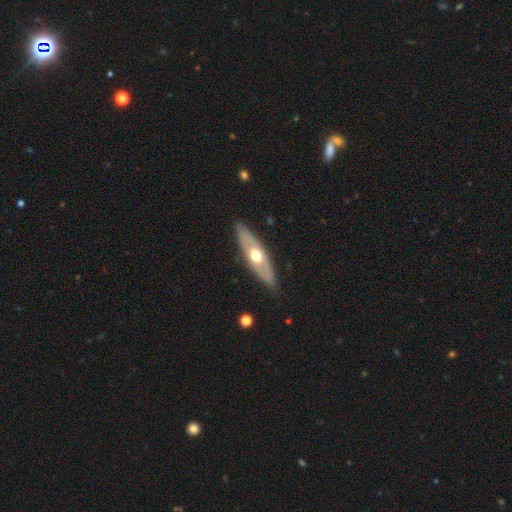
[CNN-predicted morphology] This appears to be a featured or disk galaxy (58%). Merging: none (85%).